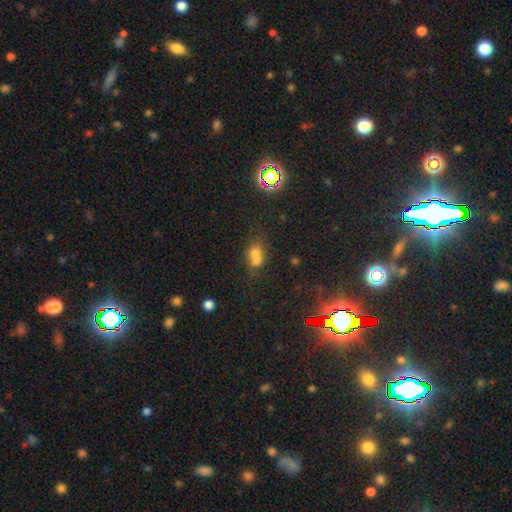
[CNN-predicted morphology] A smooth galaxy with no disk features (65%) that is round (51%).

Vote fractions:
- Smooth or featured? smooth: 65% / star or artifact: 19% / featured or disk: 16%
- How rounded? round: 51% / in between: 47% / cigar-shaped: 2%
- Merging? merger: 56% / none: 29% / minor disturbance: 9% / major disturbance: 5%